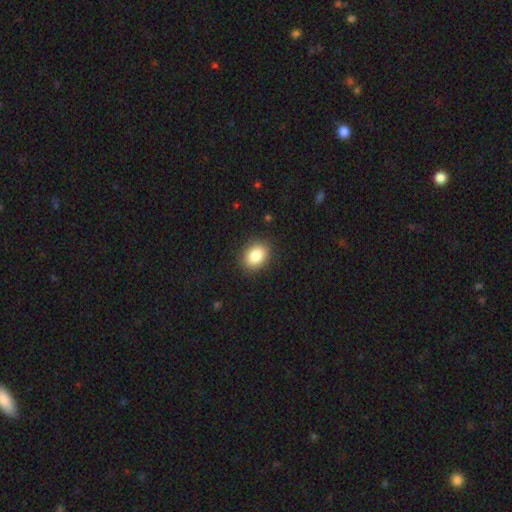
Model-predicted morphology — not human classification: A smooth galaxy with no disk features (85%) that is in between round and cigar-shaped (62%).

Vote fractions:
- Smooth or featured? smooth: 85% / star or artifact: 9% / featured or disk: 6%
- How rounded? in between: 62% / round: 37% / cigar-shaped: 1%
- Merging? none: 89% / minor disturbance: 8% / major disturbance: 2% / merger: 1%